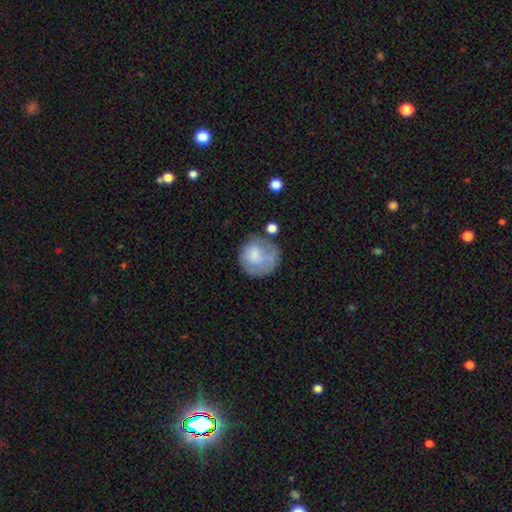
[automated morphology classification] Overall: smooth (64%; featured or disk 28%). How rounded: round (87%). Merging: none (51%; minor disturbance 23%).